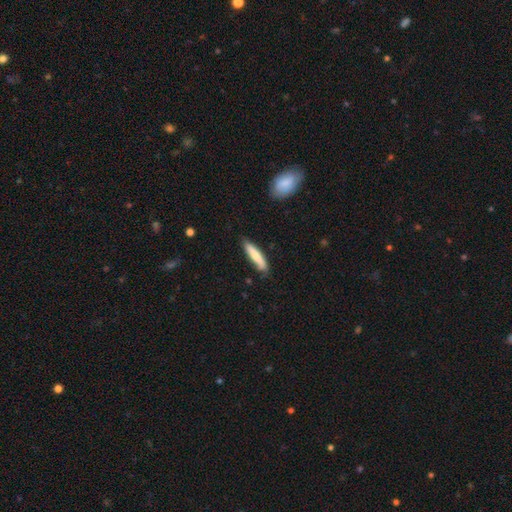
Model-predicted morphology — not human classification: smooth_or_featured: smooth (p=0.76) [alt: featured or disk p=0.18]
how_rounded: cigar-shaped (p=0.86) [alt: in between p=0.13]
merging: none (p=0.77) [alt: minor disturbance p=0.18]